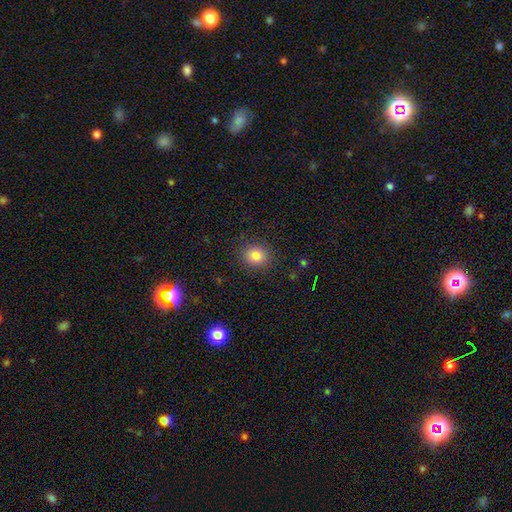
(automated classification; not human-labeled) smooth 83%, star or artifact 11%, featured or disk 6%. Down the decision tree: how rounded — round (77%); merging — none (86%).